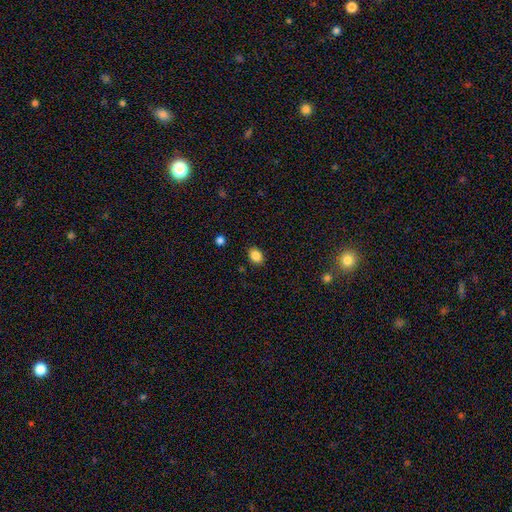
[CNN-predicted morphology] Smooth or featured? Predicted: smooth (p=0.86). How rounded? Predicted: in between (p=0.62). Merging? Predicted: none (p=0.87).